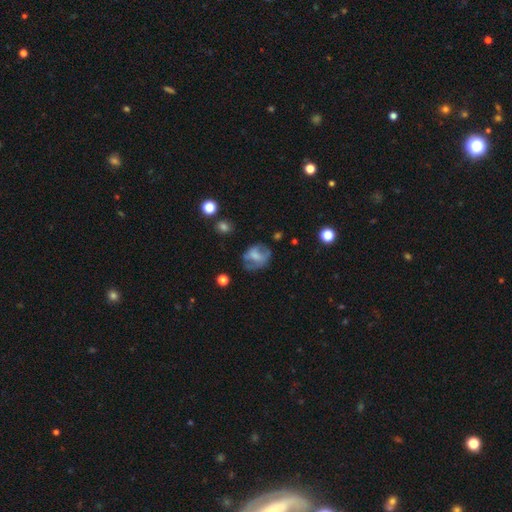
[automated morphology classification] Overall: smooth (47%; featured or disk 43%). Merging: none (56%; minor disturbance 24%).